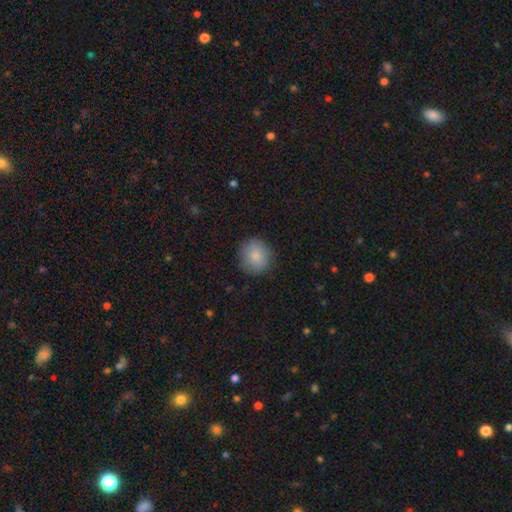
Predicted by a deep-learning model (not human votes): Smooth or featured: smooth — 84% (featured or disk — 9%)
How rounded: round — 90% (in between — 9%)
Merging: none — 85% (minor disturbance — 11%)